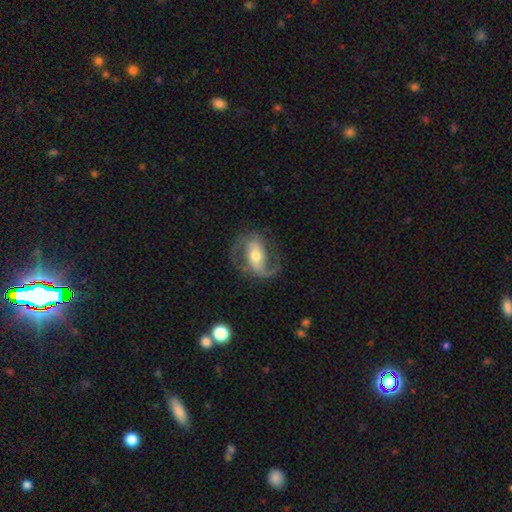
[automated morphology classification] This is clearly a featured or disk galaxy (87%). It is clearly not viewed edge-on (97%). Bar: marginally weak (40%). Spiral arm pattern: clearly yes (95%). Spiral arm count: clearly 2 (88%). Spiral winding: possibly medium (50%). Central bulge: likely moderate (66%). Merging: likely none (74%).